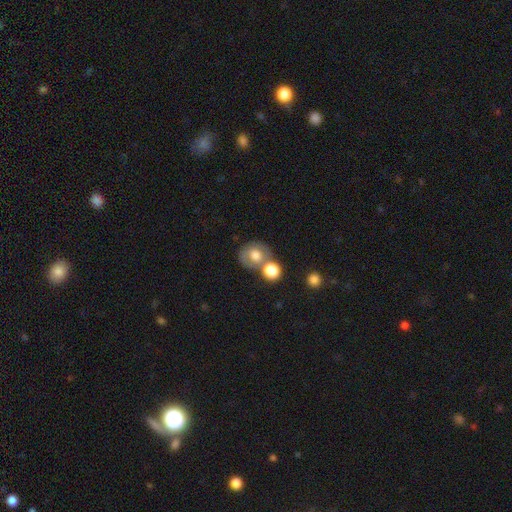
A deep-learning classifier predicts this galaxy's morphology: Smooth or featured? Predicted: smooth (p=0.65). How rounded? Predicted: round (p=0.72). Merging? Predicted: none (p=0.43).